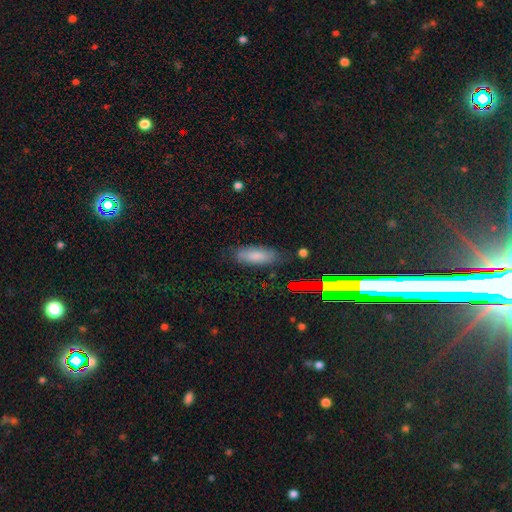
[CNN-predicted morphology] Q: Smooth or featured?
A: smooth (74%); runner-up: featured or disk (13%)
Q: How rounded?
A: in between (71%); runner-up: cigar-shaped (27%)
Q: Merging?
A: none (75%); runner-up: minor disturbance (18%)